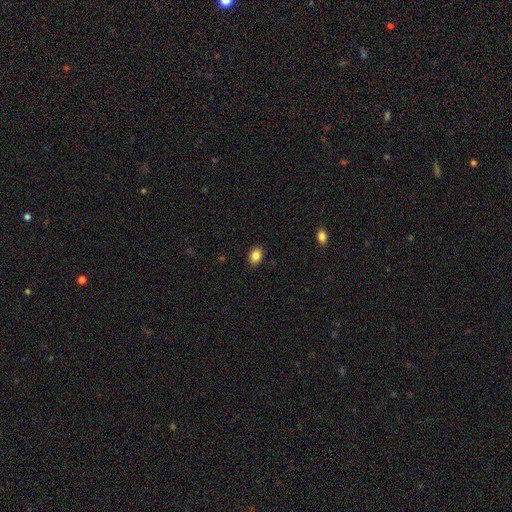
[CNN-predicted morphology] This appears to be a smooth galaxy with no disk features (86%) that is in between round and cigar-shaped (79%). Merging: none (87%).